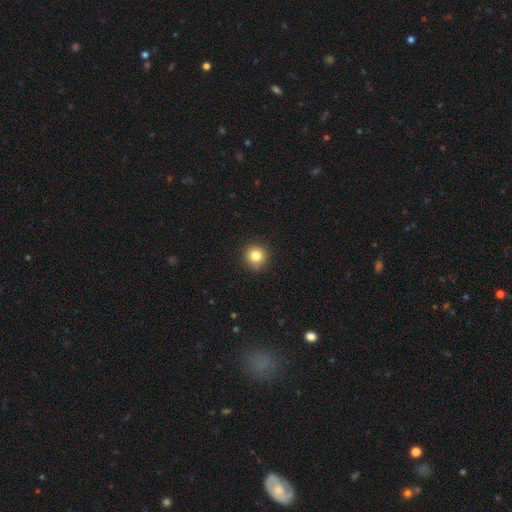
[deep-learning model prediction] Smooth or featured? smooth (82%)
How rounded? round (92%)
Merging? none (85%)